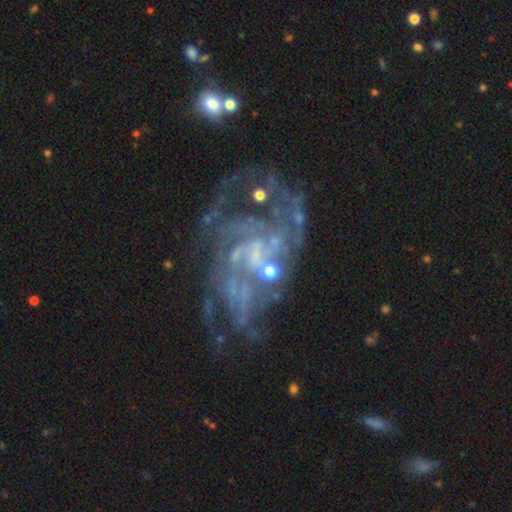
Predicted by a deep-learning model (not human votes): Q: Smooth or featured?
A: featured or disk (82%); runner-up: star or artifact (11%)
Q: Edge-on disk?
A: no (97%); runner-up: yes (3%)
Q: Bar?
A: no (56%); runner-up: weak (34%)
Q: Spiral arms?
A: yes (80%); runner-up: no (20%)
Q: Spiral winding?
A: medium (41%); runner-up: tight (37%)
Q: Spiral arm count?
A: can't tell (42%); runner-up: 2 (18%)
Q: Bulge size?
A: none (42%); runner-up: small (40%)
Q: Merging?
A: none (43%); runner-up: major disturbance (31%)